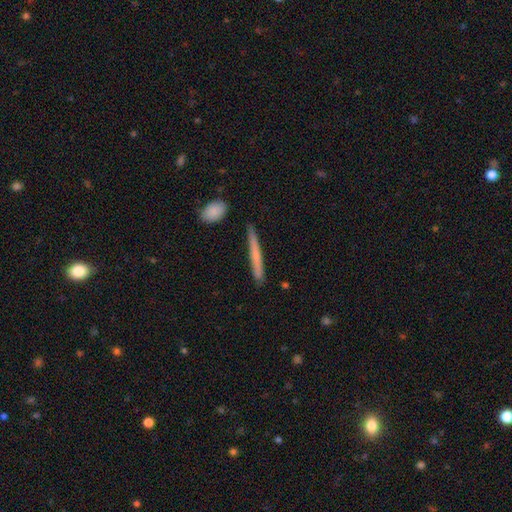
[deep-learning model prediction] Overall: smooth (58%; featured or disk 36%). How rounded: cigar-shaped (96%). Merging: none (88%).